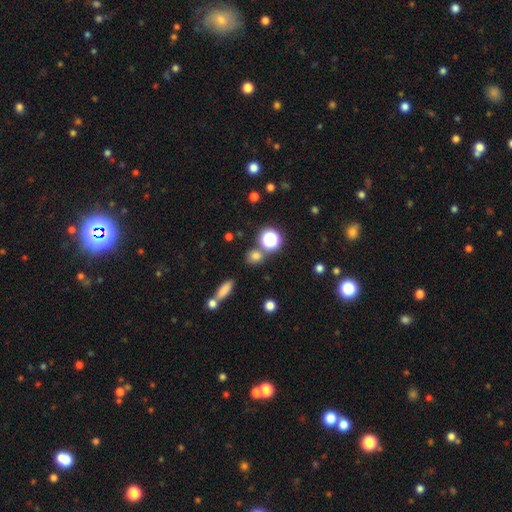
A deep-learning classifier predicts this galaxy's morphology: Smooth or featured?
  - smooth: 71% *
  - star or artifact: 22%
  - featured or disk: 7%
How rounded?
  - round: 78% *
  - in between: 20%
  - cigar-shaped: 2%
Merging?
  - none: 74% *
  - merger: 13%
  - minor disturbance: 9%
  - major disturbance: 4%